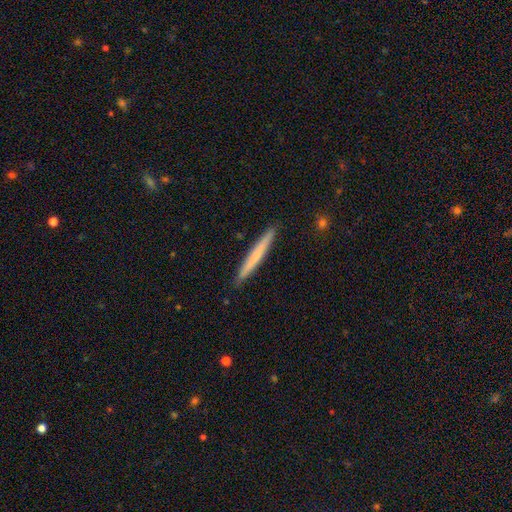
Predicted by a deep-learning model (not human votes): Smooth or featured? smooth (60%)
How rounded? cigar-shaped (97%)
Merging? none (91%)